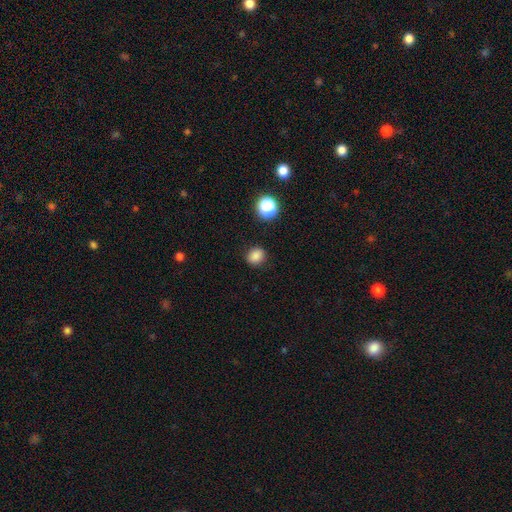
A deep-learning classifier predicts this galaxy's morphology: smooth-or-featured: smooth: 84% | star or artifact: 13% | featured or disk: 4%
  how-rounded: round: 72% | in between: 27% | cigar-shaped: 1%
  merging: none: 89% | minor disturbance: 8% | major disturbance: 2% | merger: 2%